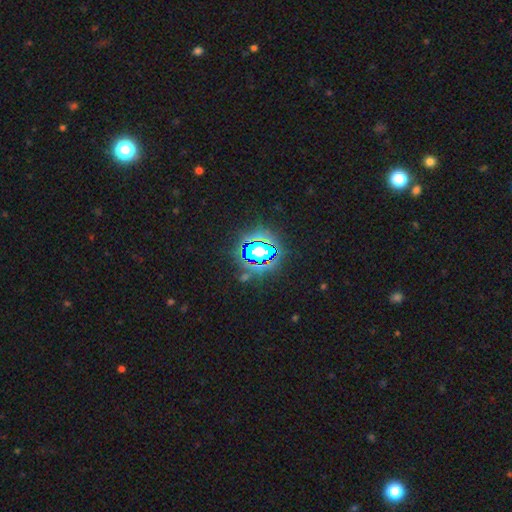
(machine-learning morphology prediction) The model was most divided on "smooth or featured": star or artifact: 65%, smooth: 23%, featured or disk: 12%.